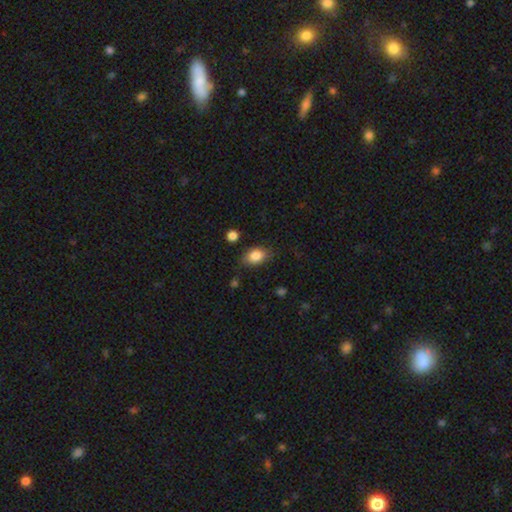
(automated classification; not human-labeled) A smooth galaxy with no disk features (85%) that is in between round and cigar-shaped (81%).

Vote fractions:
- Smooth or featured? smooth: 85% / star or artifact: 8% / featured or disk: 7%
- How rounded? in between: 81% / round: 18% / cigar-shaped: 2%
- Merging? none: 77% / minor disturbance: 17% / major disturbance: 4% / merger: 2%